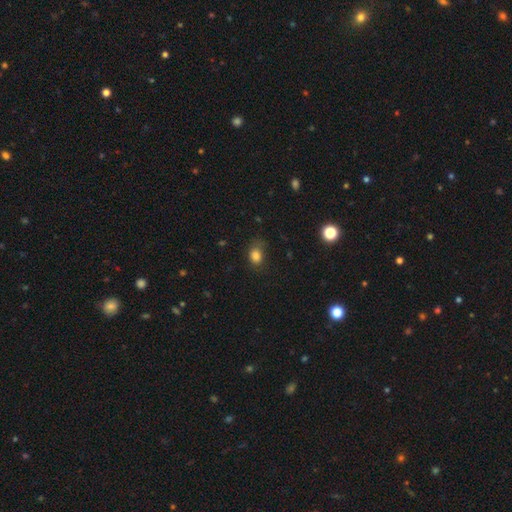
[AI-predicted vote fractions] This is clearly a smooth galaxy (82%). How rounded: likely in between (61%). Merging: likely none (62%).